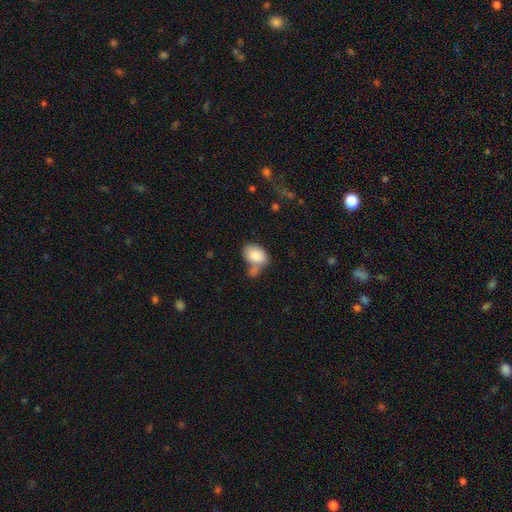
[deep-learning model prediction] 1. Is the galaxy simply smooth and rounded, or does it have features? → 85% smooth, 8% featured or disk, 7% star or artifact.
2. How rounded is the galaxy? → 83% in between, 15% round, 1% cigar-shaped.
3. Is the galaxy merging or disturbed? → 43% none, 31% merger, 19% minor disturbance, 8% major disturbance.